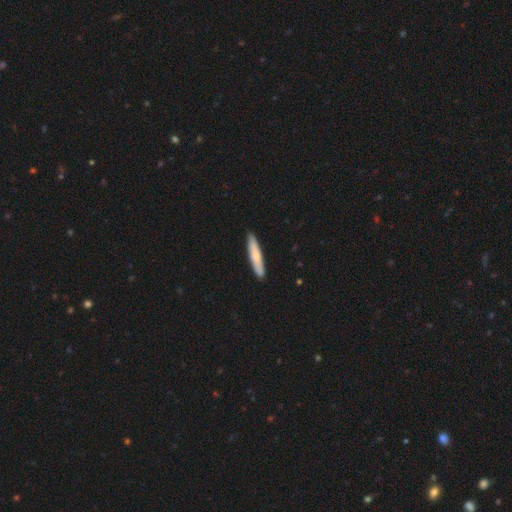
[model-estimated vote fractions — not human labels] A smooth galaxy with no disk features (70%) that is cigar-shaped (91%). Merging: none (90%).